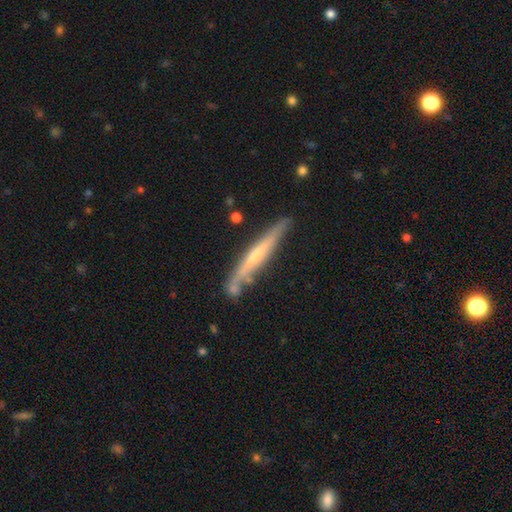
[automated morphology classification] The model was most divided on "edge-on bulge": none: 47%, rounded: 44%, boxy: 10%. More confident: edge-on disk — yes (93%); merging — none (74%); smooth or featured — featured or disk (63%).